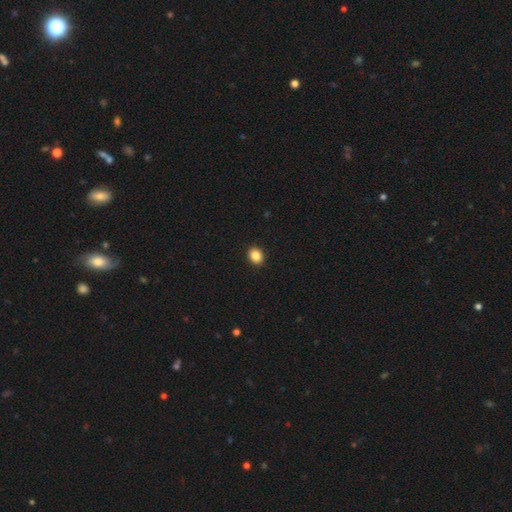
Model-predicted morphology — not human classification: type=smooth (87%); roundness=round (51%); merging=none (92%).